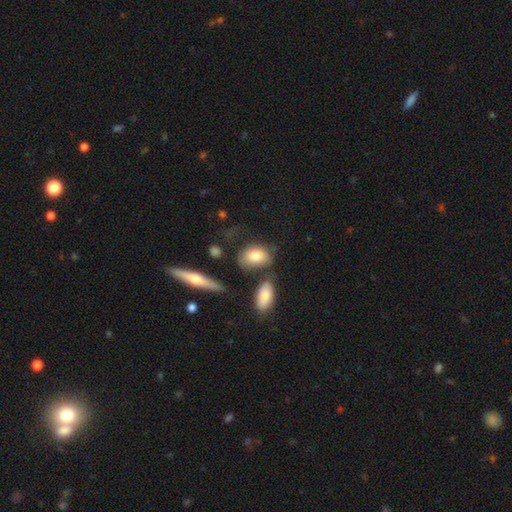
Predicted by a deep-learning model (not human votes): The model was most divided on "merging": none: 49%, minor disturbance: 23%, merger: 15%, major disturbance: 13%. More confident: how rounded — in between (81%); smooth or featured — smooth (77%).